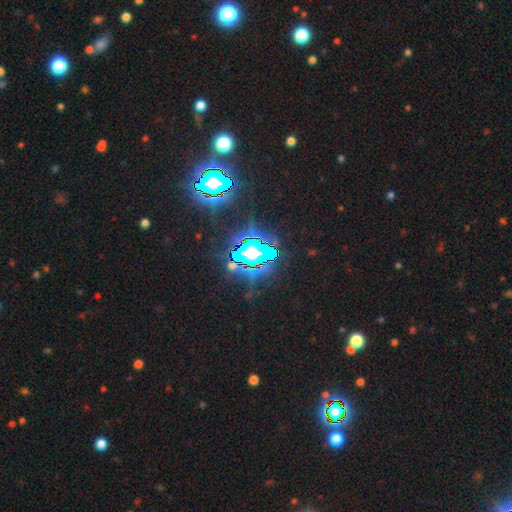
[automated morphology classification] star or artifact 70%, smooth 16%, featured or disk 13%.